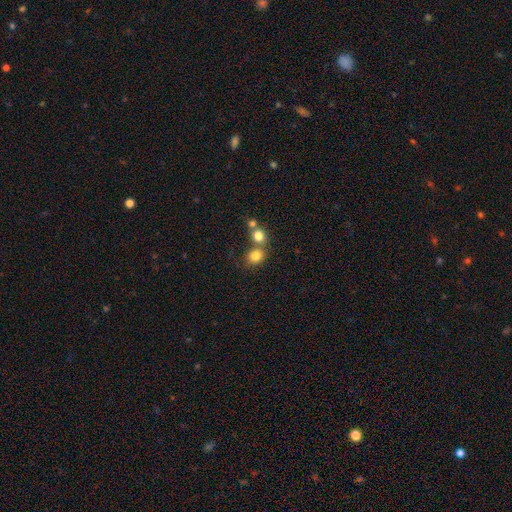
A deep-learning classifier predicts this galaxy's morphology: Overall: smooth (80%). How rounded: round (73%). Merging: none (50%; merger 37%).